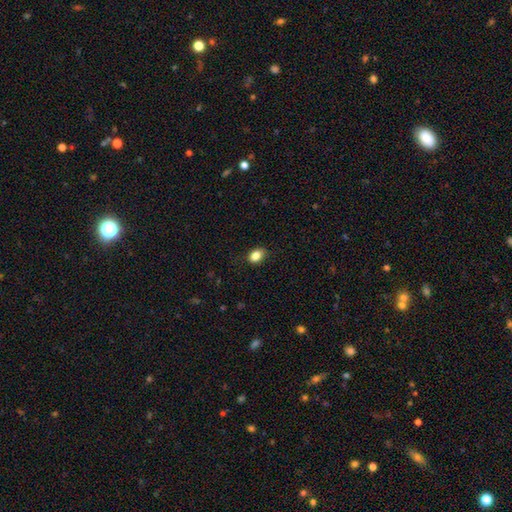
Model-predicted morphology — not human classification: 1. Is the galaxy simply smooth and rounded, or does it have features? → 85% smooth, 9% star or artifact, 6% featured or disk.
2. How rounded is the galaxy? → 74% in between, 25% round, 1% cigar-shaped.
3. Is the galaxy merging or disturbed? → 83% none, 13% minor disturbance, 3% major disturbance, 1% merger.